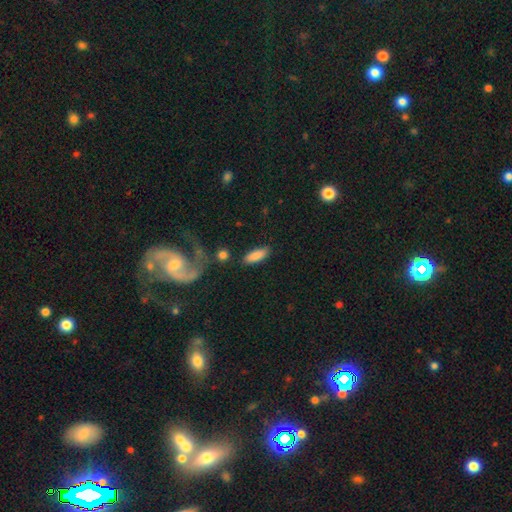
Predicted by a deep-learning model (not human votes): Smooth or featured?
  - smooth: 86% *
  - featured or disk: 8%
  - star or artifact: 6%
How rounded?
  - in between: 59% *
  - cigar-shaped: 39%
  - round: 2%
Merging?
  - none: 80% *
  - minor disturbance: 12%
  - major disturbance: 4%
  - merger: 4%